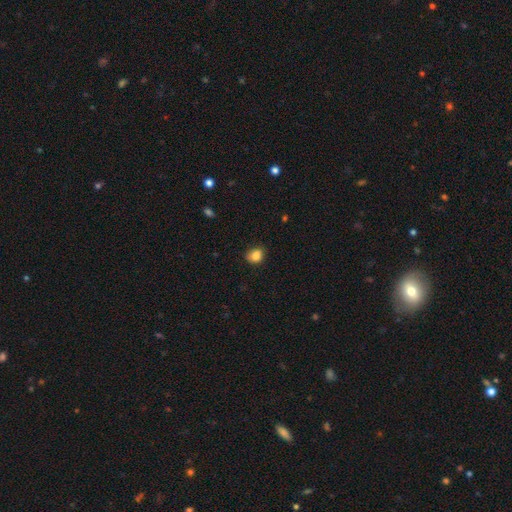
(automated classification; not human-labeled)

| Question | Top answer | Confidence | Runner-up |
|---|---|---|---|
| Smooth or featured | smooth | 85% | star or artifact (10%) |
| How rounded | round | 60% | in between (39%) |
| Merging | none | 78% | minor disturbance (17%) |